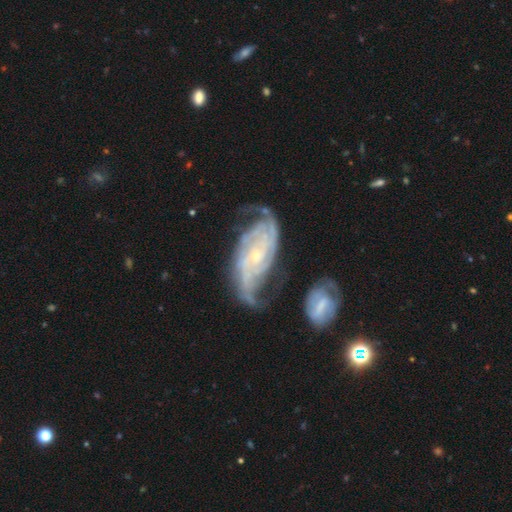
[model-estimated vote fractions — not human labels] featured or disk 89%, star or artifact 6%, smooth 6%. Down the decision tree: edge-on disk — no (95%); bar — no (65%); spiral arms — yes (97%); spiral arm count — 2 (33%); spiral winding — tight (53%); bulge size — small (77%); merging — none (50%).